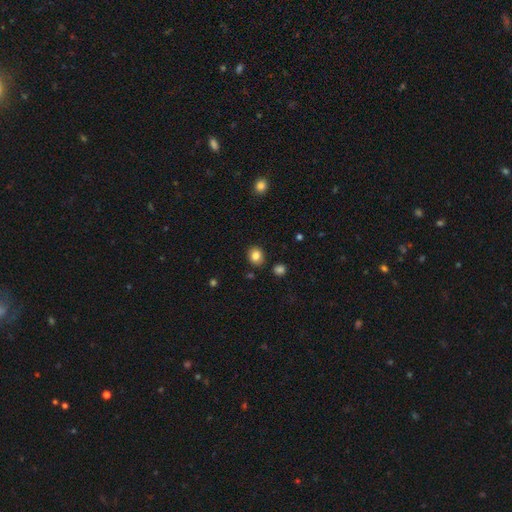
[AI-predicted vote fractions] smooth_or_featured: smooth (p=0.85) [alt: star or artifact p=0.10]
how_rounded: round (p=0.64) [alt: in between p=0.35]
merging: none (p=0.85) [alt: minor disturbance p=0.10]